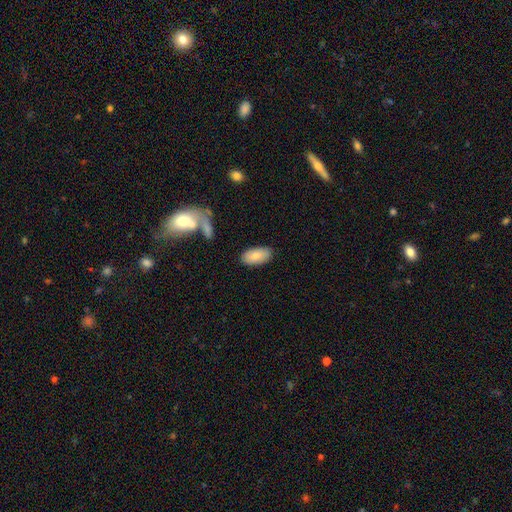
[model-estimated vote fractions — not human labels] Smooth or featured? Predicted: smooth (p=0.80). How rounded? Predicted: in between (p=0.94). Merging? Predicted: none (p=0.82).